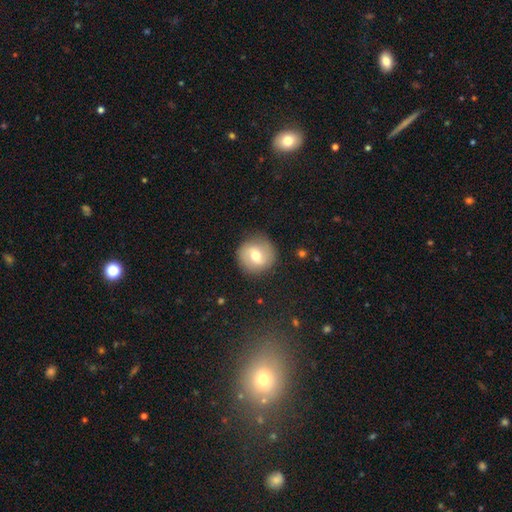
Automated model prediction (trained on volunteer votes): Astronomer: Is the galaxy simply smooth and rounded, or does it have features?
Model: smooth — 49% (runner-up: featured or disk, 44%).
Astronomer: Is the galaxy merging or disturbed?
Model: none — 86%.